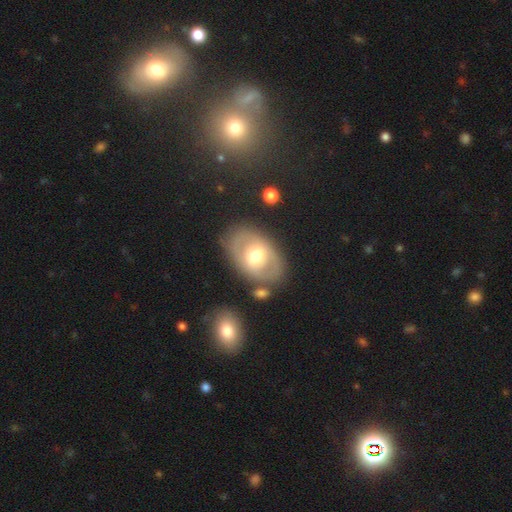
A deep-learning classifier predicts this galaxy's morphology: Smooth or featured? featured or disk (51%)
Edge-on disk? no (91%)
Merging? none (75%)